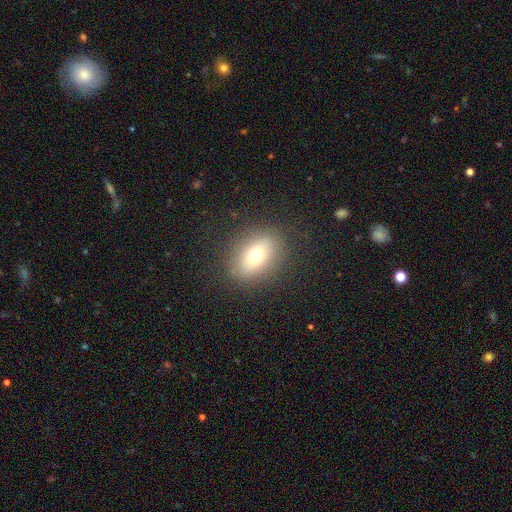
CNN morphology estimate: Smooth or featured: smooth — 68% (featured or disk — 20%)
How rounded: in between — 69% (round — 28%)
Merging: none — 86% (minor disturbance — 9%)